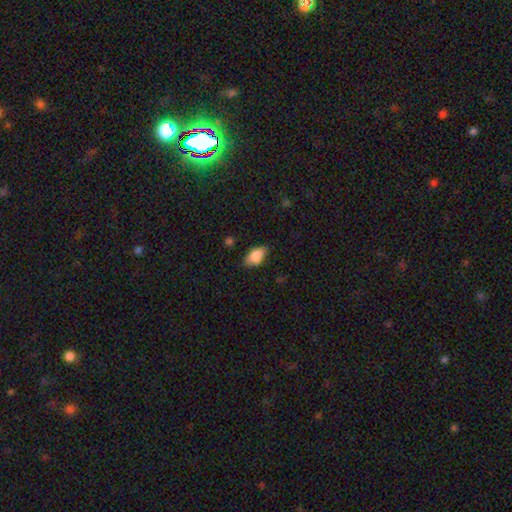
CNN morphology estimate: Smooth or featured? smooth (83%)
How rounded? in between (90%)
Merging? none (68%)